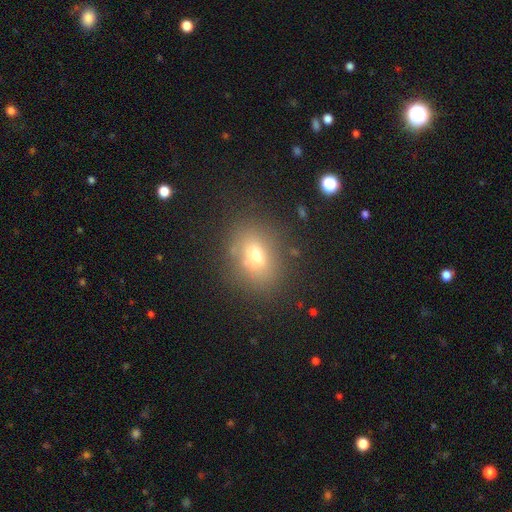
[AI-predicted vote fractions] Smooth or featured?
  - smooth: 67% *
  - featured or disk: 18%
  - star or artifact: 15%
How rounded?
  - in between: 68% *
  - round: 30%
  - cigar-shaped: 2%
Merging?
  - none: 76% *
  - minor disturbance: 14%
  - major disturbance: 5%
  - merger: 4%